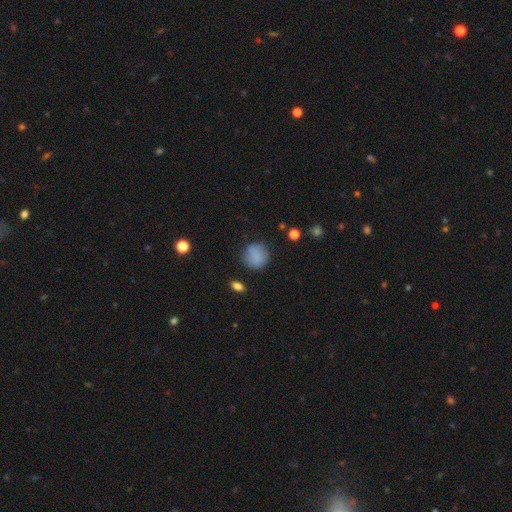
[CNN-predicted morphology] Smooth or featured: smooth — 82% (star or artifact — 9%)
How rounded: round — 85% (in between — 14%)
Merging: none — 72% (minor disturbance — 19%)